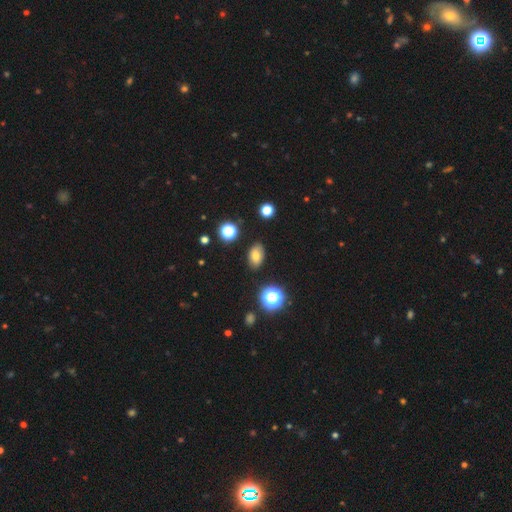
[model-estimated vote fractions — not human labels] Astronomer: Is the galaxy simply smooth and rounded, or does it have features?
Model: smooth — 75%.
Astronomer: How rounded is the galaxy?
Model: in between — 87%.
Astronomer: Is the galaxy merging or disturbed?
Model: none — 86%.